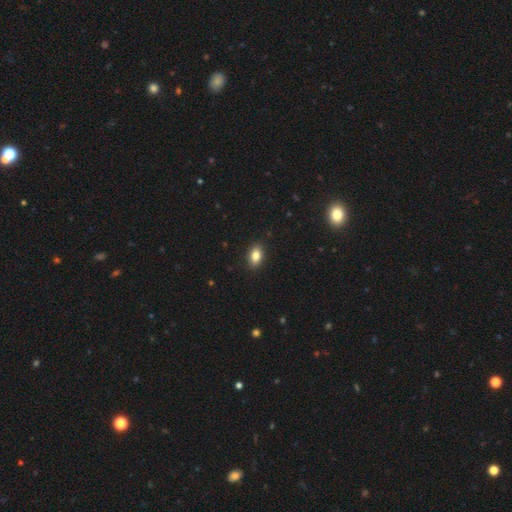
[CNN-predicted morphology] smooth 83%, star or artifact 9%, featured or disk 8%. Down the decision tree: how rounded — in between (87%); merging — none (89%).